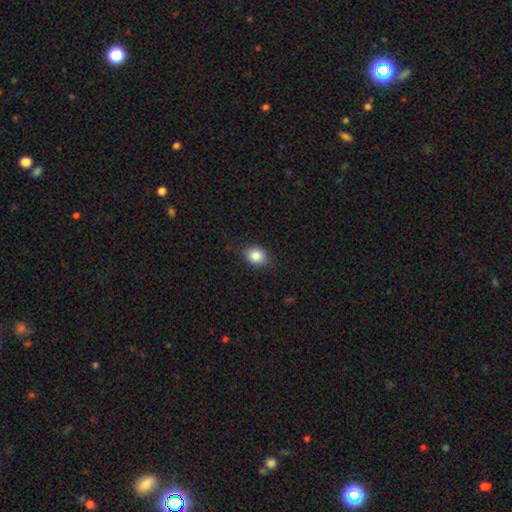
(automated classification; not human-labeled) Smooth or featured? smooth (86%)
How rounded? in between (54%)
Merging? none (85%)